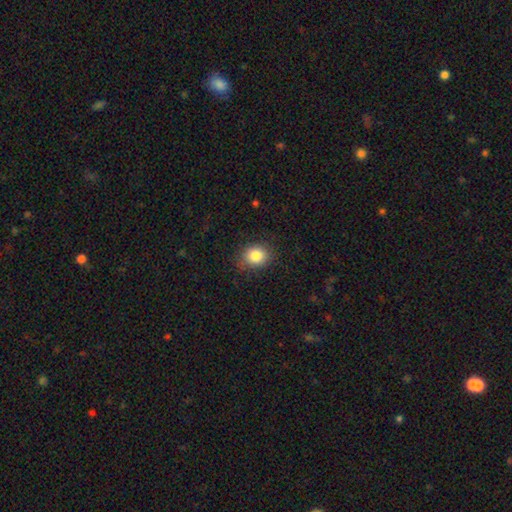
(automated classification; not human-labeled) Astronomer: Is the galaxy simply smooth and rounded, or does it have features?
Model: smooth — 84%.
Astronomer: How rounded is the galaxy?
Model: round — 64%.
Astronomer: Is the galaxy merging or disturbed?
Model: none — 83%.